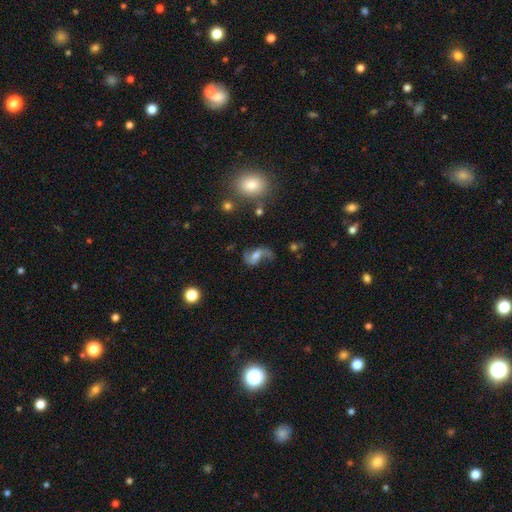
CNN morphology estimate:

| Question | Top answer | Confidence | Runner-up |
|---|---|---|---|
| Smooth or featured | featured or disk | 67% | smooth (21%) |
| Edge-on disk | no | 96% | yes (4%) |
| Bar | weak | 44% | no (34%) |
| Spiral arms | yes | 88% | no (12%) |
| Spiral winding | loose | 72% | medium (22%) |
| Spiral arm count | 2 | 82% | 1 (10%) |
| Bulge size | moderate | 49% | small (32%) |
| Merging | none | 48% | major disturbance (24%) |